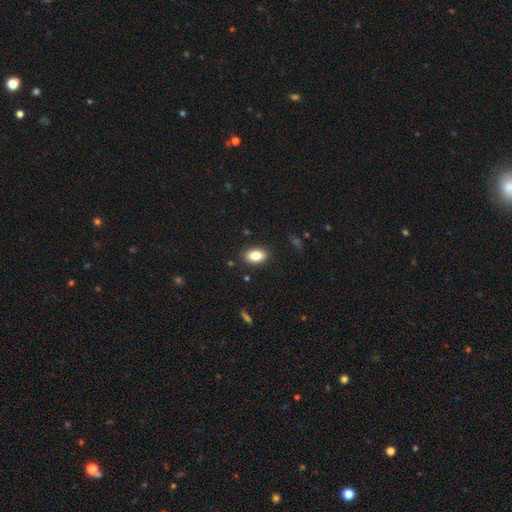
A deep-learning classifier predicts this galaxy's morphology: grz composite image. It shows a smooth galaxy with no disk features (83%) that is in between round and cigar-shaped (88%). Merging: none (88%).